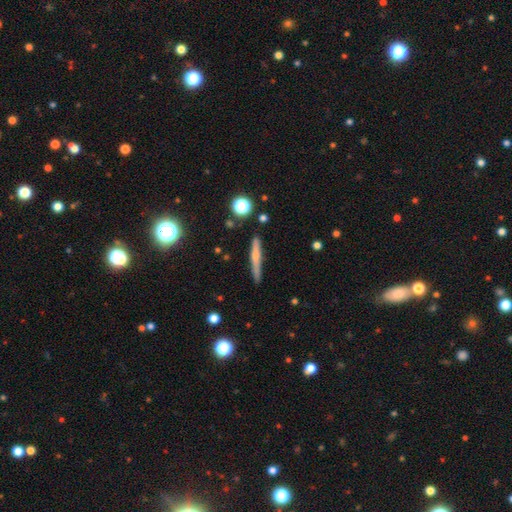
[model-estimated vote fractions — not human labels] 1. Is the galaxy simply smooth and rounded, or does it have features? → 52% smooth, 40% featured or disk, 8% star or artifact.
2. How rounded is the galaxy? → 93% cigar-shaped, 4% in between, 2% round.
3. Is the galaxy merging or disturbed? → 84% none, 11% minor disturbance, 2% merger, 2% major disturbance.